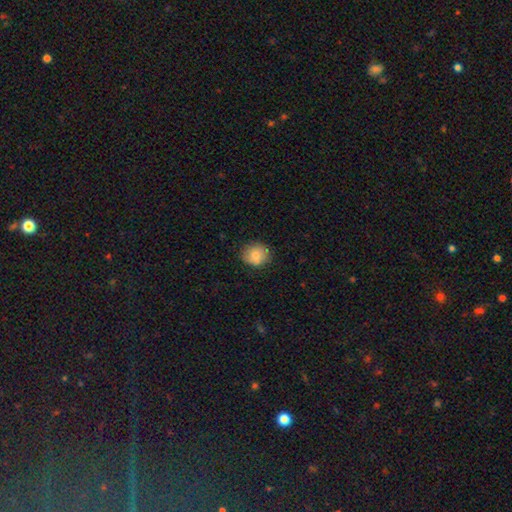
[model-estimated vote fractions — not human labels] This is likely a smooth galaxy (79%). How rounded: clearly round (81%). Merging: likely none (78%).